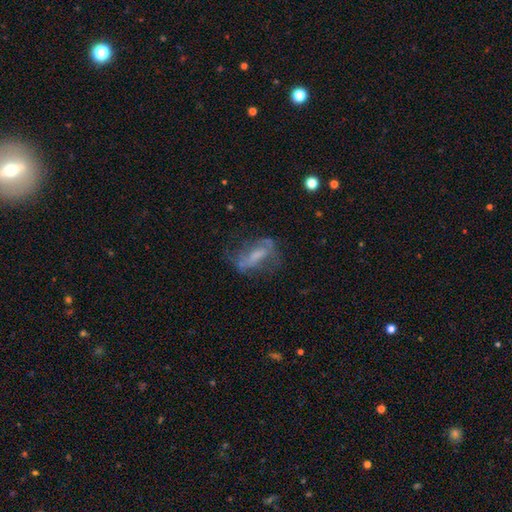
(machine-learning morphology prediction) type=featured or disk (56%); edge-on=no (88%); merging=none (46%).